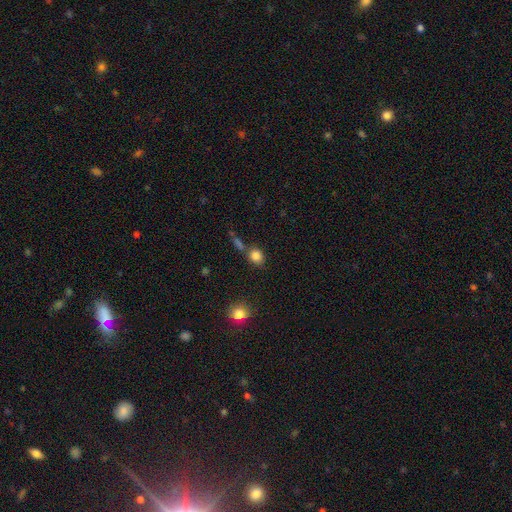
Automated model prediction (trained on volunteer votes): smooth-or-featured: smooth: 84% | star or artifact: 11% | featured or disk: 5%
  how-rounded: round: 66% | in between: 32% | cigar-shaped: 2%
  merging: none: 63% | merger: 19% | minor disturbance: 13% | major disturbance: 5%